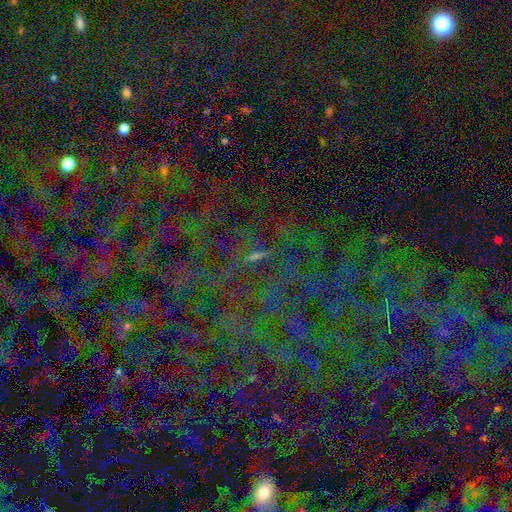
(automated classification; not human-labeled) Overall: star or artifact (73%).